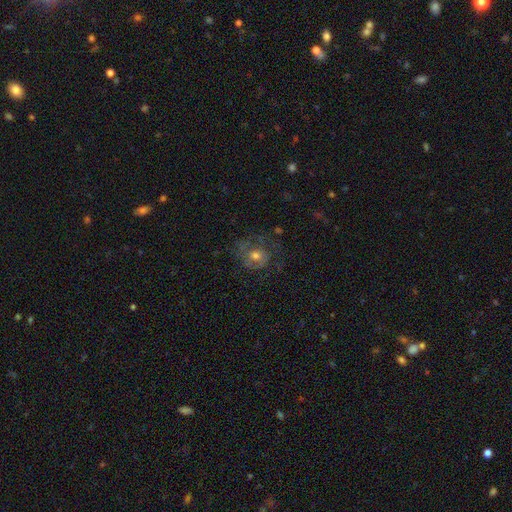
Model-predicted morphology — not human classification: A featured or disk galaxy (45%). Merging: none (51%).